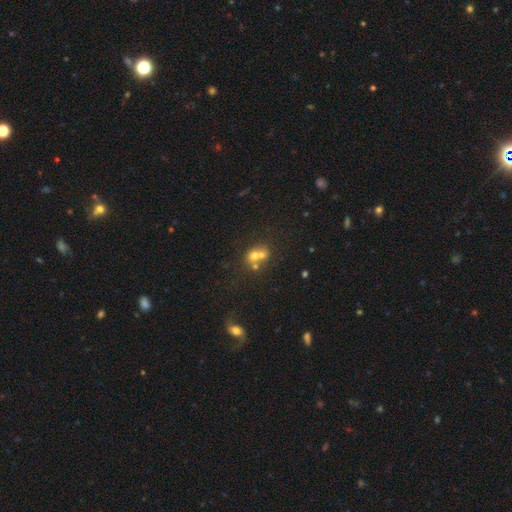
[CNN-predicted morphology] smooth 61%, featured or disk 23%, star or artifact 17%. Down the decision tree: how rounded — round (72%); merging — merger (57%).